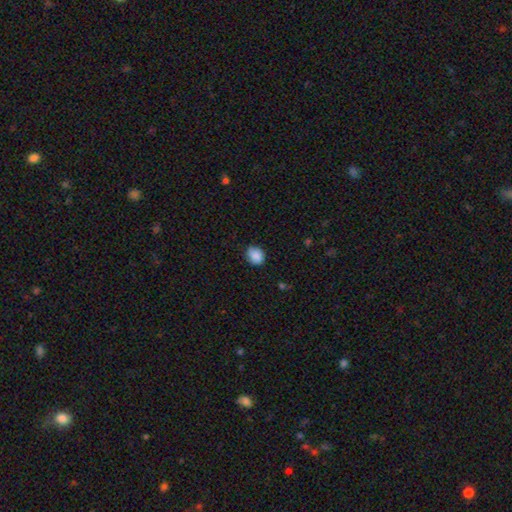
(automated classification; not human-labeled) Smooth or featured? Predicted: smooth (p=0.86). How rounded? Predicted: round (p=0.56). Merging? Predicted: none (p=0.77).